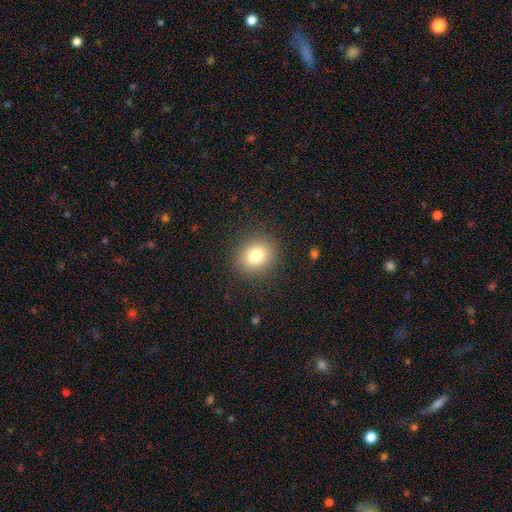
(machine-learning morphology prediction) Smooth or featured: smooth — 79% (star or artifact — 12%)
How rounded: round — 71% (in between — 28%)
Merging: none — 89% (minor disturbance — 7%)